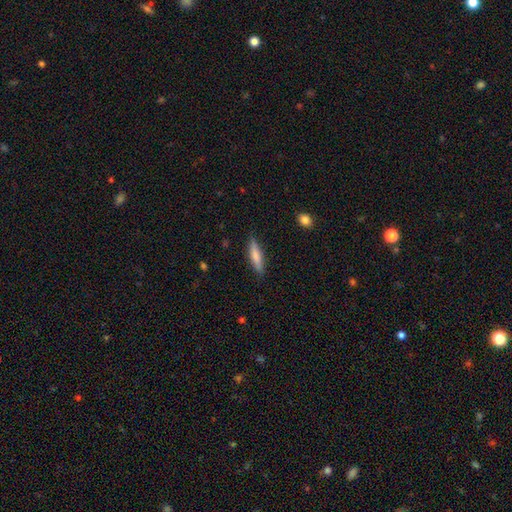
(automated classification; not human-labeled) This is likely a smooth galaxy (72%). How rounded: likely cigar-shaped (78%). Merging: clearly none (86%).